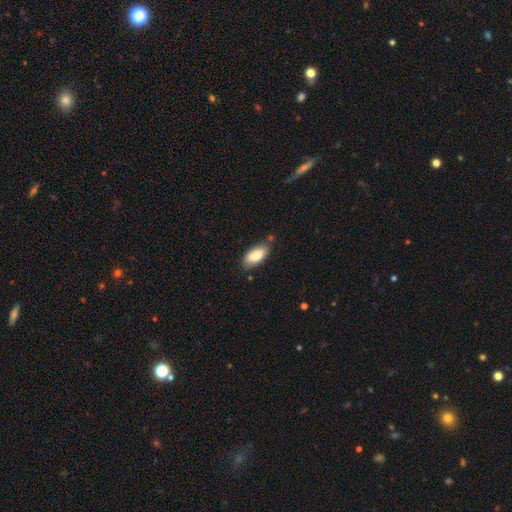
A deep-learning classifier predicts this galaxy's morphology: This appears to be a smooth galaxy with no disk features (85%) that is in between round and cigar-shaped (91%). Merging: none (72%).